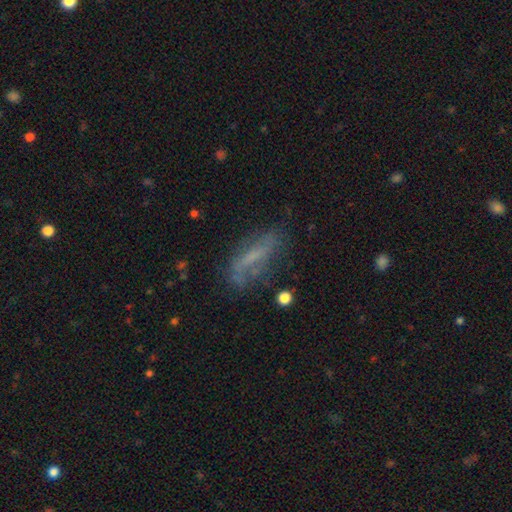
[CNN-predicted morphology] Smooth or featured? featured or disk (49%)
Merging? none (58%)